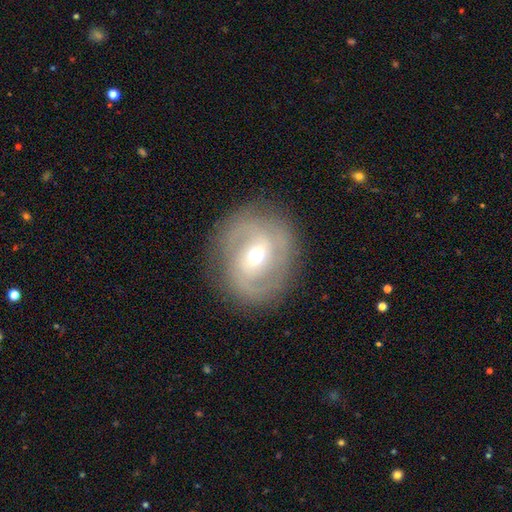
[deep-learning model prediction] Morphology: type=featured or disk (79%); edge-on=no (96%); bar=weak (48%); spiral arms=yes (89%); winding=tight (47%); arm count=2 (65%); bulge=moderate (58%); merging=none (81%).